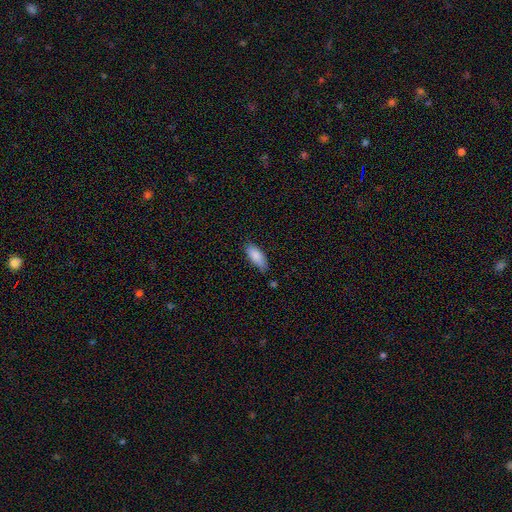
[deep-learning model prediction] A smooth galaxy with no disk features (86%) that is in between round and cigar-shaped (82%).

Vote fractions:
- Smooth or featured? smooth: 86% / featured or disk: 8% / star or artifact: 7%
- How rounded? in between: 82% / cigar-shaped: 16% / round: 2%
- Merging? none: 67% / minor disturbance: 25% / major disturbance: 4% / merger: 3%